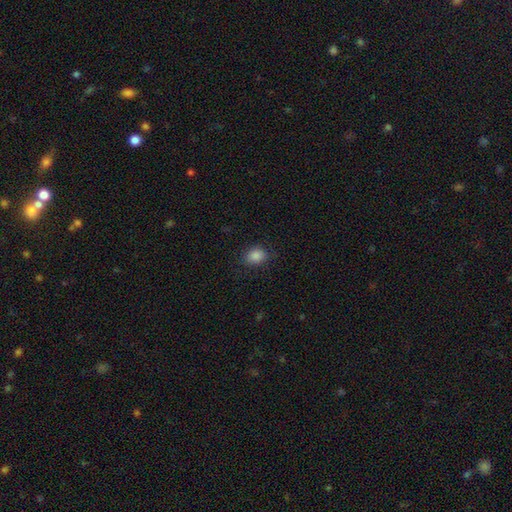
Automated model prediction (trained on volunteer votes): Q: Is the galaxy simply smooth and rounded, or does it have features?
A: smooth — 86%.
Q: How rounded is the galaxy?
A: in between — 60%.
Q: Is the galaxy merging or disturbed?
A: none — 82%.